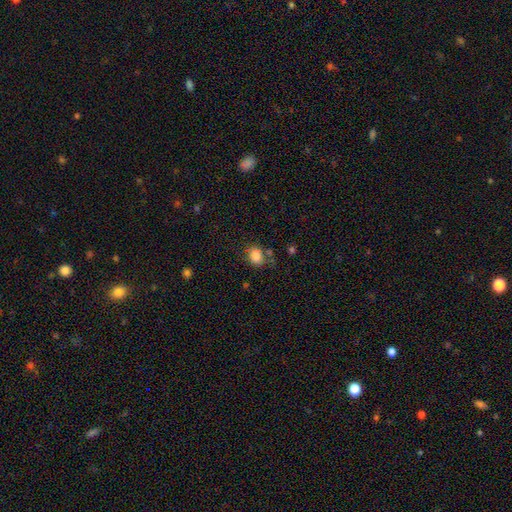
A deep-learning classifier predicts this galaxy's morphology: This appears to be a smooth galaxy with no disk features (84%) that is in between round and cigar-shaped (57%). Merging: none (66%).